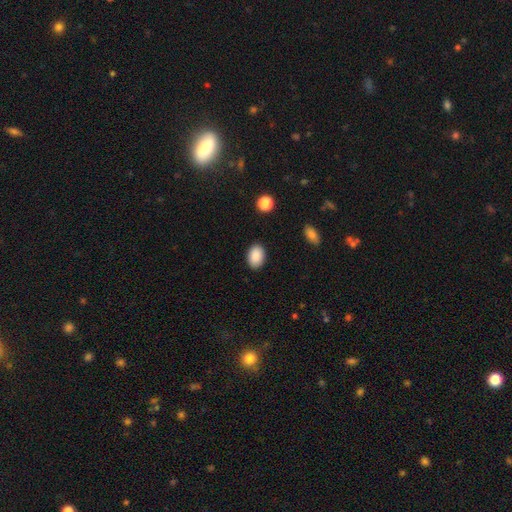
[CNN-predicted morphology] Overall: smooth (90%). How rounded: in between (85%). Merging: none (88%).